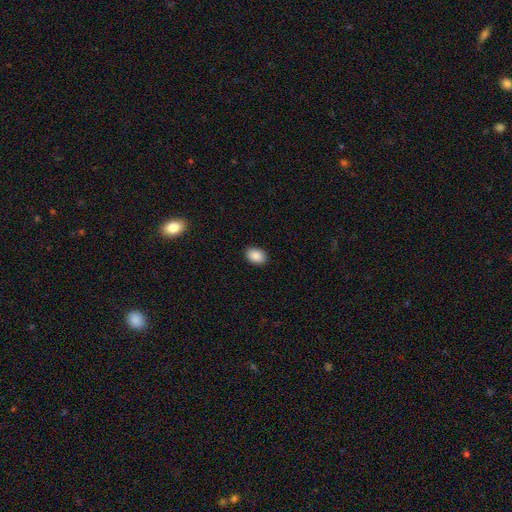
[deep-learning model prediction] Smooth or featured? Predicted: smooth (p=0.89). How rounded? Predicted: in between (p=0.81). Merging? Predicted: none (p=0.90).